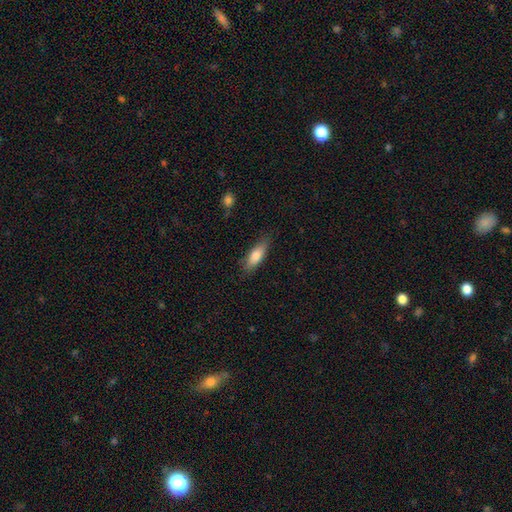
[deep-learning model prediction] A smooth galaxy with no disk features (80%) that is in between round and cigar-shaped (59%). Merging: none (80%).